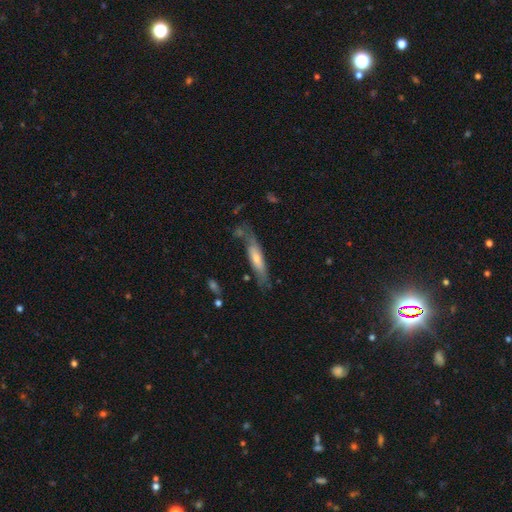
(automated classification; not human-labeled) Overall: featured or disk (51%; smooth 40%). Edge-on disk: yes (67%; no 33%). Merging: none (61%; minor disturbance 22%).